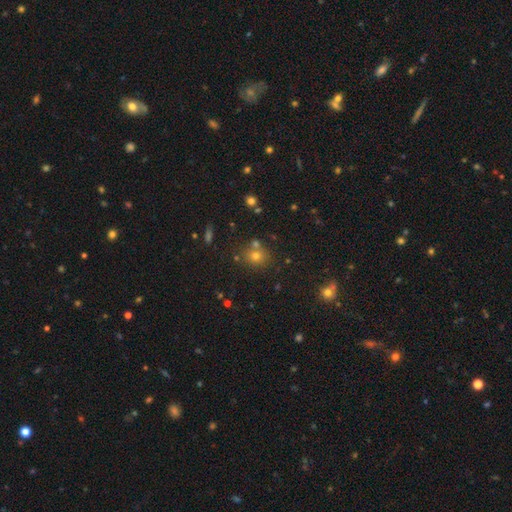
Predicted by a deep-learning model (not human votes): Smooth or featured? smooth (65%)
How rounded? round (82%)
Merging? none (70%)